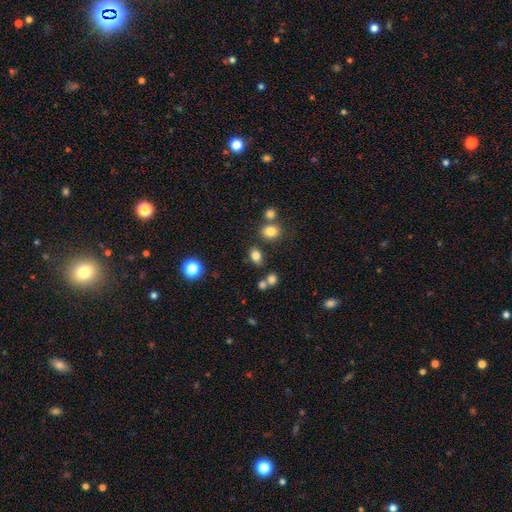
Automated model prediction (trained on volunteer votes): Smooth or featured? Predicted: smooth (p=0.80). How rounded? Predicted: in between (p=0.72). Merging? Predicted: none (p=0.73).